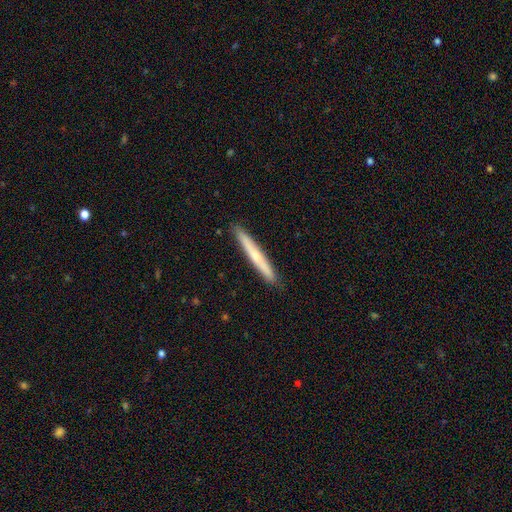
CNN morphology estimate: featured or disk 48%, smooth 47%, star or artifact 6%. Down the decision tree: merging — none (91%).